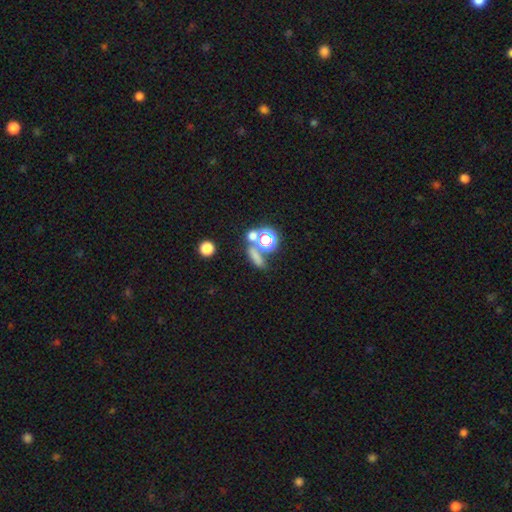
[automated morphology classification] The model was most divided on "how rounded": round: 36%, cigar-shaped: 33%, in between: 31%. More confident: merging — none (61%); smooth or featured — smooth (57%).